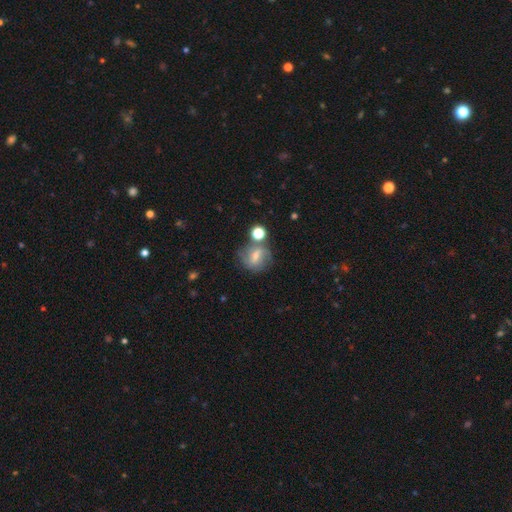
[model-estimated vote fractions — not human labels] This appears to be a smooth galaxy with no disk features (50%). Merging: none (53%).